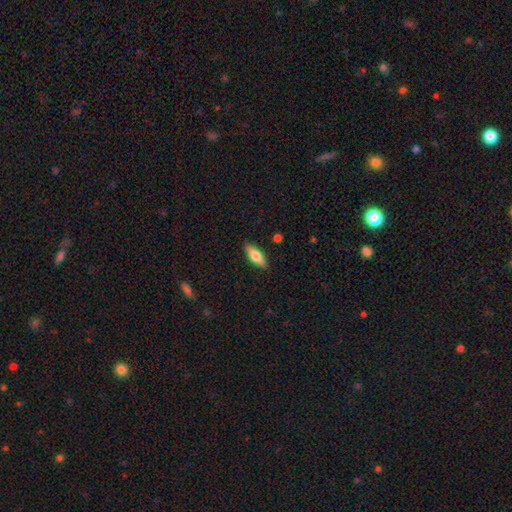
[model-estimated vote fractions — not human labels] This is likely a smooth galaxy (72%). How rounded: likely in between (72%). Merging: clearly none (87%).